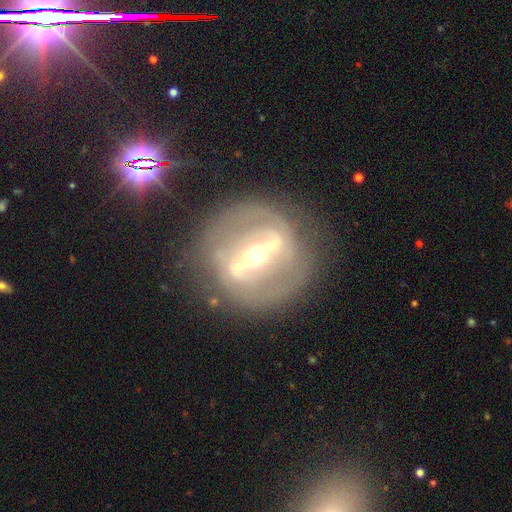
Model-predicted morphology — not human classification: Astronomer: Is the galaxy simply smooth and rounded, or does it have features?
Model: featured or disk — 85%.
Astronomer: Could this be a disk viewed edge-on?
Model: no — 84%.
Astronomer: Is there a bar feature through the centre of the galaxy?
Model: strong — 83%.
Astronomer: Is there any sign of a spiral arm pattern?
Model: yes — 65%.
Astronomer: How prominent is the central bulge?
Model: moderate — 59%.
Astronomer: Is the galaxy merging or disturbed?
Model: none — 76%.